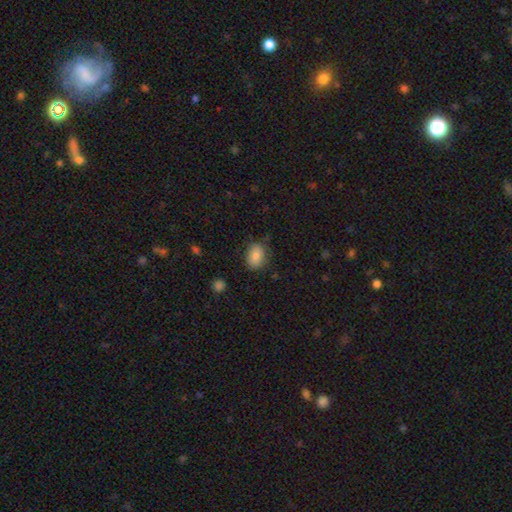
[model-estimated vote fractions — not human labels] smooth-or-featured: smooth: 85% | star or artifact: 8% | featured or disk: 7%
  how-rounded: in between: 75% | round: 24% | cigar-shaped: 1%
  merging: none: 79% | minor disturbance: 16% | major disturbance: 4% | merger: 2%